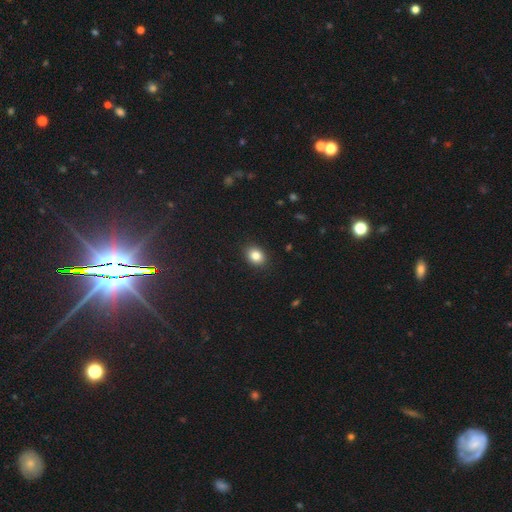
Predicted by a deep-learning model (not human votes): smooth 84%, star or artifact 10%, featured or disk 6%. Down the decision tree: how rounded — in between (61%); merging — none (90%).